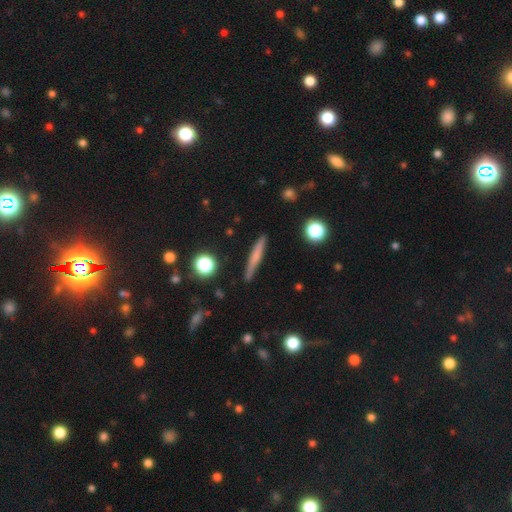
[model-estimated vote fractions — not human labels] Smooth or featured?
  - smooth: 58% *
  - featured or disk: 35%
  - star or artifact: 7%
How rounded?
  - cigar-shaped: 93% *
  - in between: 4%
  - round: 3%
Merging?
  - none: 88% *
  - minor disturbance: 8%
  - major disturbance: 2%
  - merger: 2%